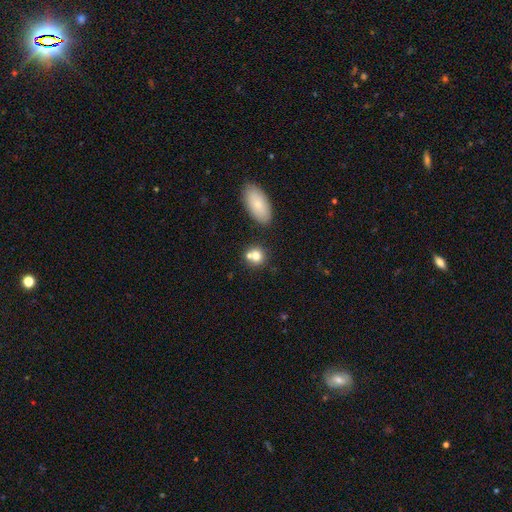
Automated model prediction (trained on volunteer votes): Smooth or featured: smooth — 75% (featured or disk — 14%)
How rounded: round — 81% (in between — 17%)
Merging: none — 56% (merger — 32%)